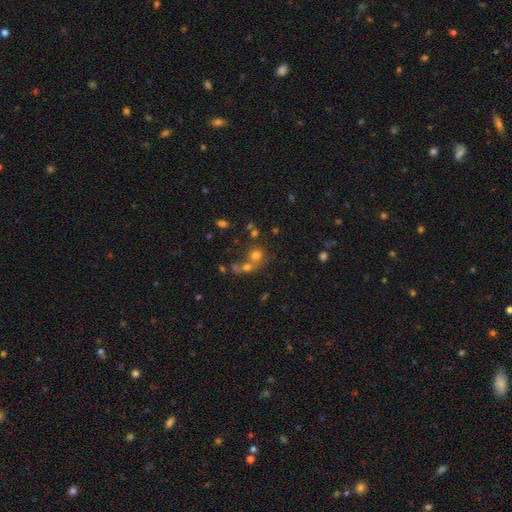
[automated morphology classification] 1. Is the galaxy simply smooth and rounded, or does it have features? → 66% smooth, 19% star or artifact, 15% featured or disk.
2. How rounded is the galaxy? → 82% round, 16% in between, 1% cigar-shaped.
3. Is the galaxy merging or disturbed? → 44% none, 43% merger, 8% minor disturbance, 6% major disturbance.